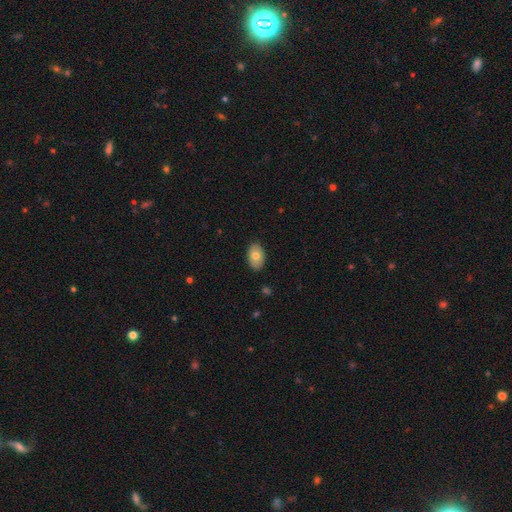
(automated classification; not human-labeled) Smooth or featured?
  - smooth: 71% *
  - featured or disk: 22%
  - star or artifact: 7%
How rounded?
  - in between: 90% *
  - round: 9%
  - cigar-shaped: 1%
Merging?
  - none: 87% *
  - minor disturbance: 10%
  - major disturbance: 2%
  - merger: 1%